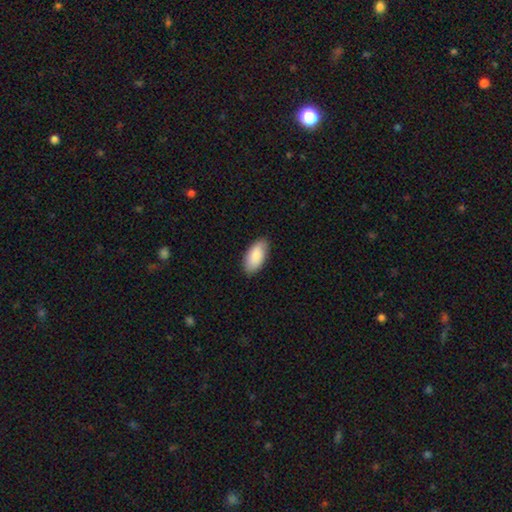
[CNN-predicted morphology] A smooth galaxy with no disk features (86%) that is in between round and cigar-shaped (94%).

Vote fractions:
- Smooth or featured? smooth: 86% / featured or disk: 8% / star or artifact: 6%
- How rounded? in between: 94% / cigar-shaped: 4% / round: 2%
- Merging? none: 87% / minor disturbance: 10% / major disturbance: 2% / merger: 1%